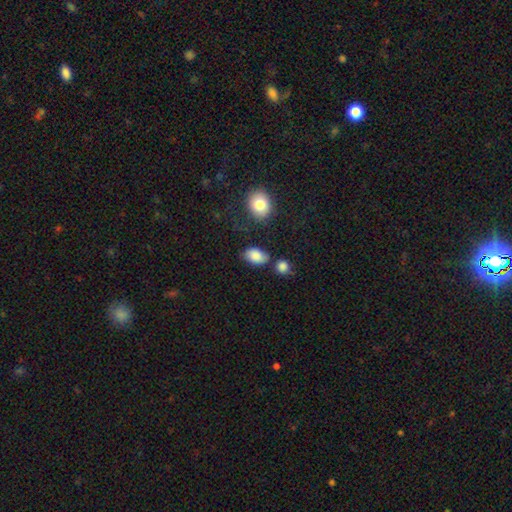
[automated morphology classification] smooth 84%, featured or disk 8%, star or artifact 8%. Down the decision tree: how rounded — in between (89%); merging — none (69%).